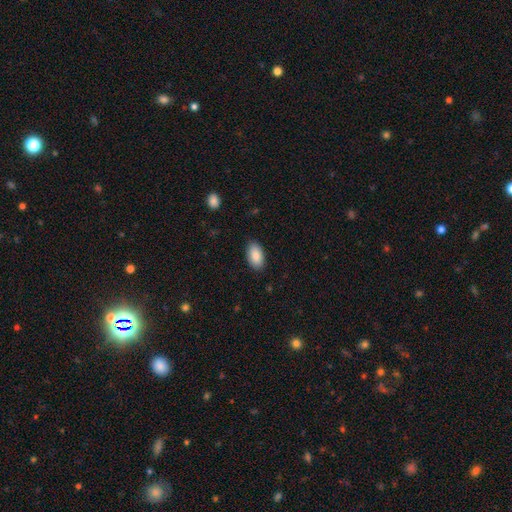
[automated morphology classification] Smooth or featured: smooth — 88% (star or artifact — 6%)
How rounded: in between — 95% (round — 3%)
Merging: none — 87% (minor disturbance — 10%)